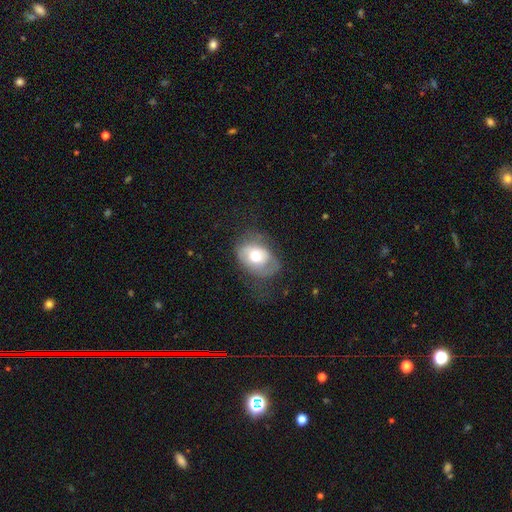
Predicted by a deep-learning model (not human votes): Q: Smooth or featured?
A: smooth (56%); runner-up: featured or disk (37%)
Q: How rounded?
A: in between (71%); runner-up: round (28%)
Q: Merging?
A: none (48%); runner-up: minor disturbance (29%)